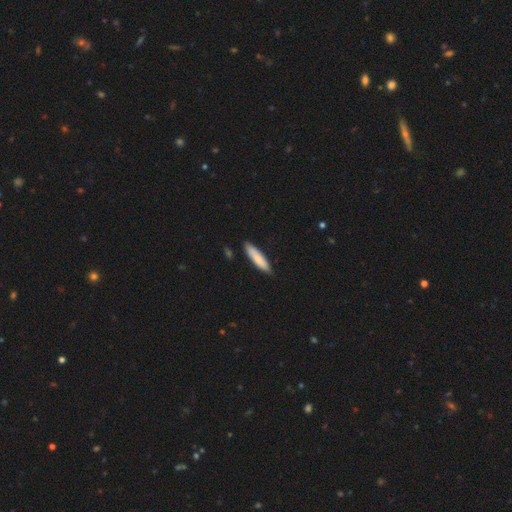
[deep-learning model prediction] Overall: smooth (82%). How rounded: cigar-shaped (77%). Merging: none (85%).